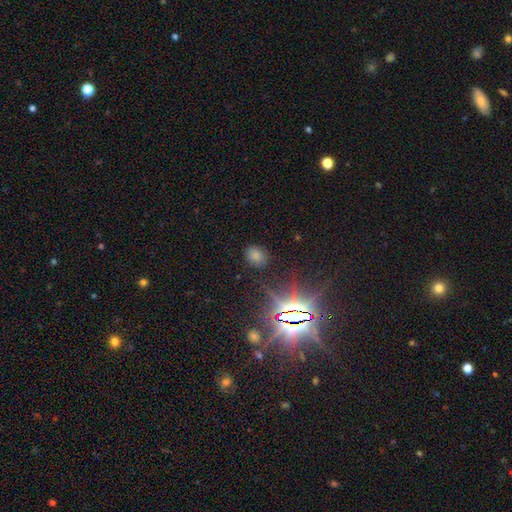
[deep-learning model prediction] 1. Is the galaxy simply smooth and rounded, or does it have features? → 68% smooth, 25% star or artifact, 7% featured or disk.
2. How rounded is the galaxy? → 53% round, 46% in between, 1% cigar-shaped.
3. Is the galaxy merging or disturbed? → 83% none, 11% minor disturbance, 4% major disturbance, 2% merger.